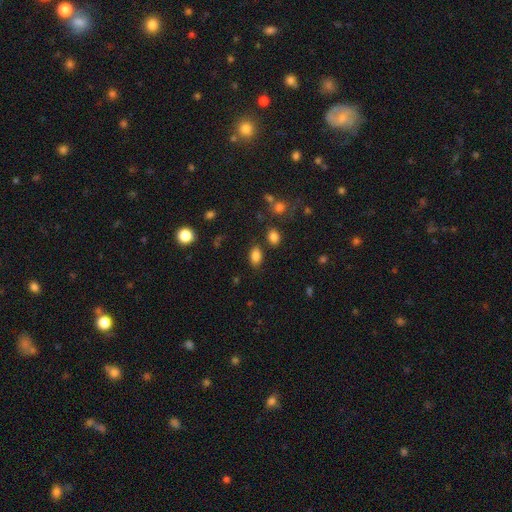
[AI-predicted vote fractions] smooth_or_featured: smooth (p=0.84) [alt: star or artifact p=0.11]
how_rounded: in between (p=0.87) [alt: round p=0.12]
merging: none (p=0.78) [alt: minor disturbance p=0.13]